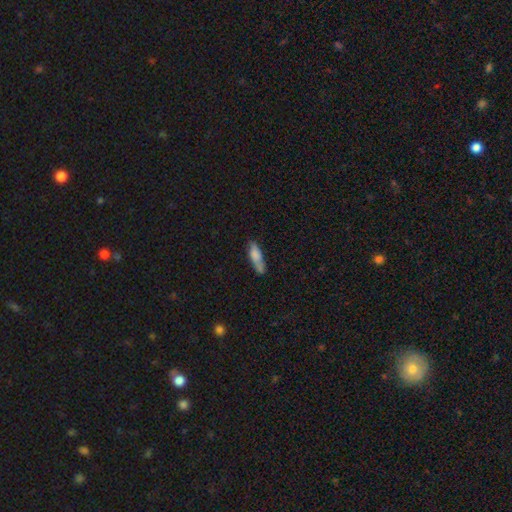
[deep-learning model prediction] Overall: smooth (74%). How rounded: cigar-shaped (58%; in between 40%). Merging: none (63%; minor disturbance 24%).